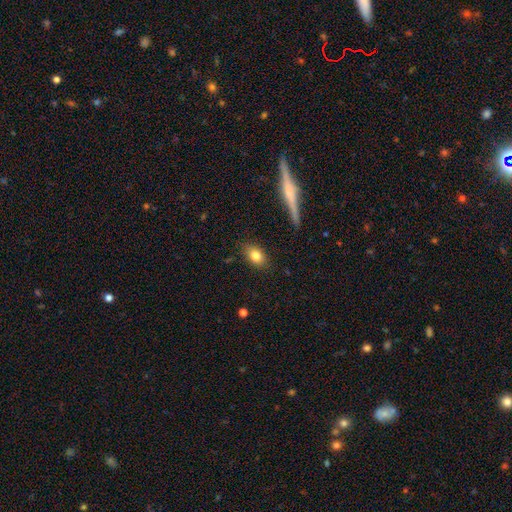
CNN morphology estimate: The model was most divided on "how rounded": in between: 79%, round: 18%, cigar-shaped: 4%. More confident: merging — none (85%); smooth or featured — smooth (81%).